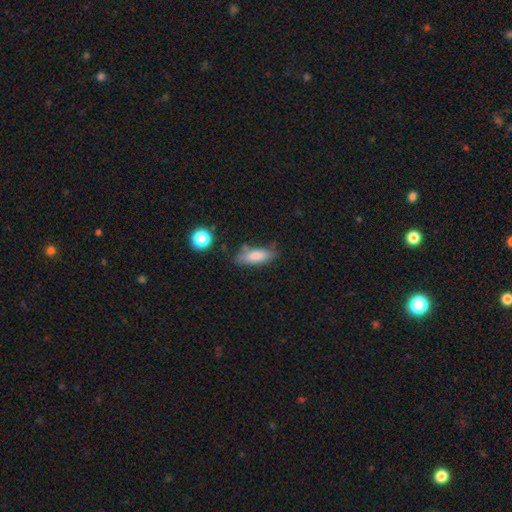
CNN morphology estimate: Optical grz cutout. It shows a smooth galaxy with no disk features (80%) that is in between round and cigar-shaped (65%). Merging: none (70%).